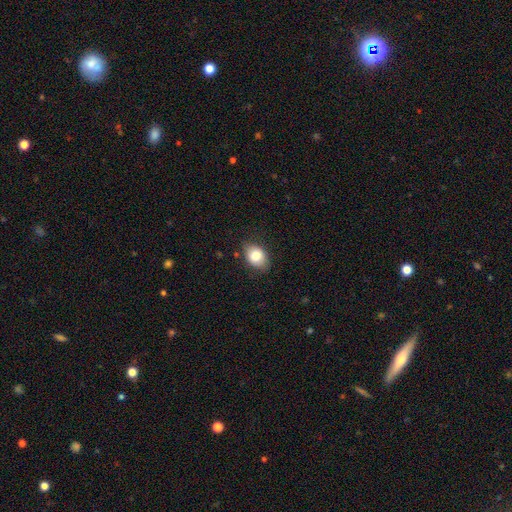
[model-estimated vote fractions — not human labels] This appears to be a smooth galaxy with no disk features (80%) that is in between round and cigar-shaped (72%). Merging: none (81%).